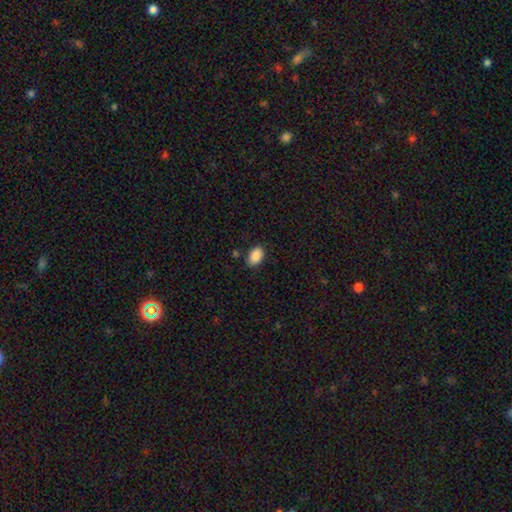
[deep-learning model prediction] A smooth galaxy with no disk features (89%) that is in between round and cigar-shaped (88%).

Vote fractions:
- Smooth or featured? smooth: 89% / star or artifact: 7% / featured or disk: 3%
- How rounded? in between: 88% / round: 11% / cigar-shaped: 1%
- Merging? none: 83% / minor disturbance: 12% / major disturbance: 3% / merger: 2%